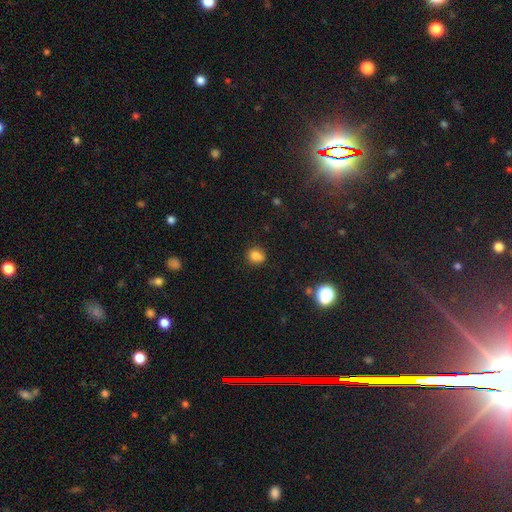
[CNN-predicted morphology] smooth 80%, star or artifact 13%, featured or disk 7%. Down the decision tree: how rounded — round (64%); merging — none (68%).